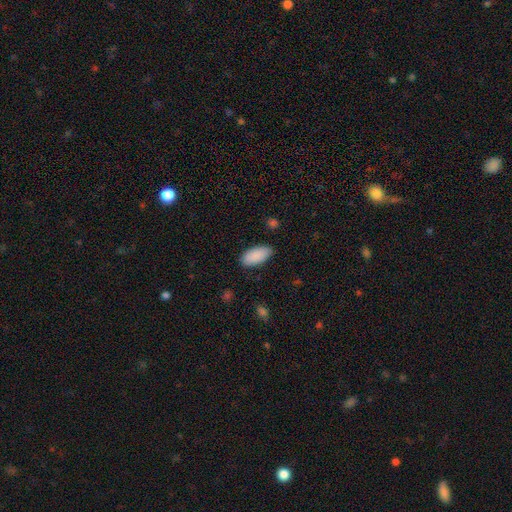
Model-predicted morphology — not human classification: Smooth or featured?
  - smooth: 90% *
  - star or artifact: 6%
  - featured or disk: 3%
How rounded?
  - in between: 92% *
  - cigar-shaped: 6%
  - round: 2%
Merging?
  - none: 85% *
  - minor disturbance: 11%
  - major disturbance: 2%
  - merger: 1%